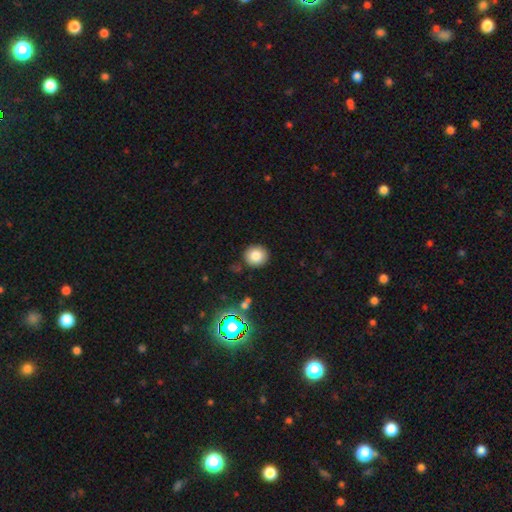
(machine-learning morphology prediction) The model was most divided on "smooth or featured": smooth: 82%, star or artifact: 12%, featured or disk: 6%. More confident: merging — none (88%); how rounded — round (88%).